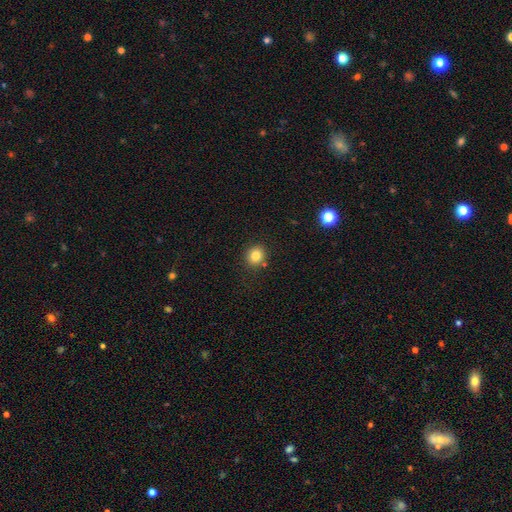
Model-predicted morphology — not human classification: The model was most divided on "smooth or featured": smooth: 82%, star or artifact: 12%, featured or disk: 7%. More confident: merging — none (85%); how rounded — round (85%).